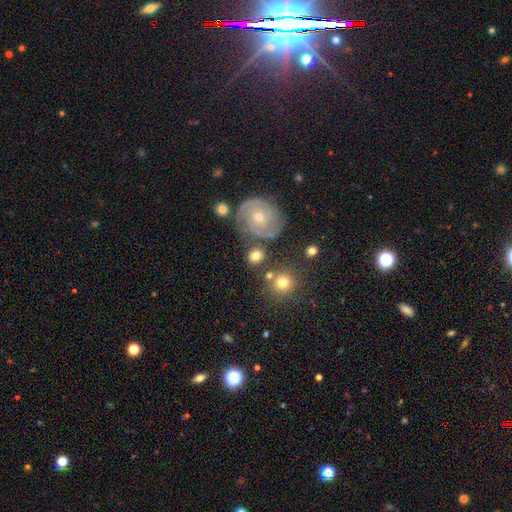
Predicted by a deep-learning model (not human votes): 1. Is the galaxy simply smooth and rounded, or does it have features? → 48% smooth, 41% featured or disk, 11% star or artifact.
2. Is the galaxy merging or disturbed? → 73% none, 13% minor disturbance, 9% merger, 5% major disturbance.